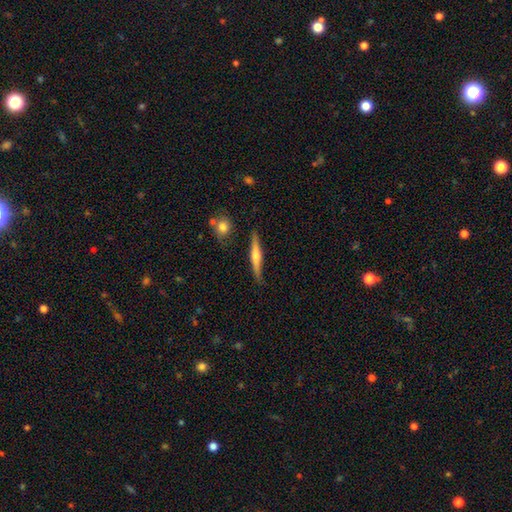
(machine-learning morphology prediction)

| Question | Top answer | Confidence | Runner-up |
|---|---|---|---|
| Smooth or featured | featured or disk | 61% | smooth (33%) |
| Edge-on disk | yes | 97% | no (3%) |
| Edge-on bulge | rounded | 80% | boxy (10%) |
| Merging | none | 86% | minor disturbance (10%) |